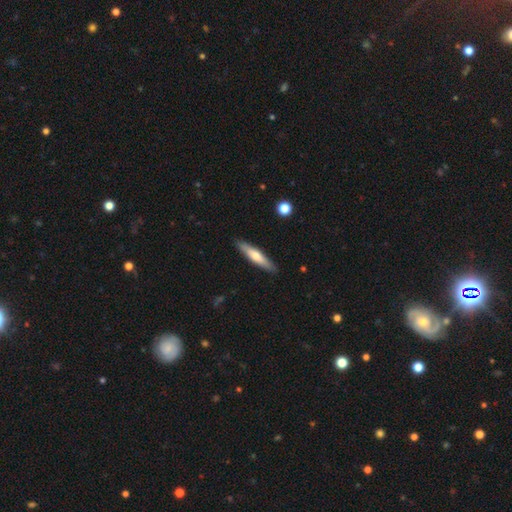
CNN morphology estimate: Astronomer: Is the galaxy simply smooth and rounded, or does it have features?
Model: smooth — 54% (runner-up: featured or disk, 40%).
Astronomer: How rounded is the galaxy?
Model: cigar-shaped — 86%.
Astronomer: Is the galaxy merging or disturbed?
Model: none — 89%.